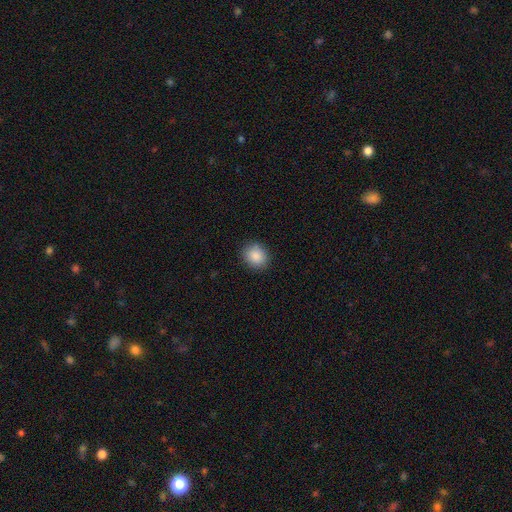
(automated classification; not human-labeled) Smooth or featured? Predicted: smooth (p=0.88). How rounded? Predicted: round (p=0.67). Merging? Predicted: none (p=0.88).